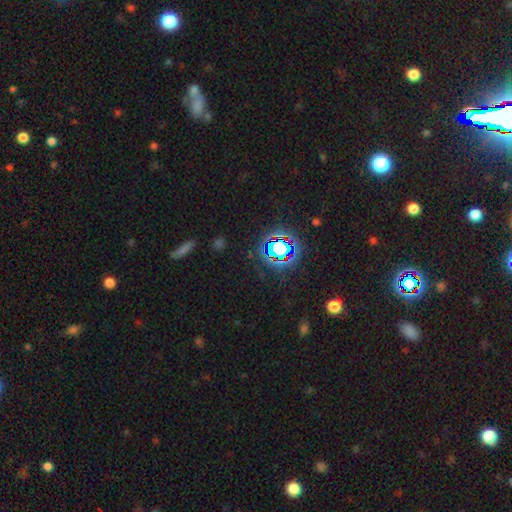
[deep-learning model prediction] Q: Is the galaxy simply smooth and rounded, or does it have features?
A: star or artifact — 73%.